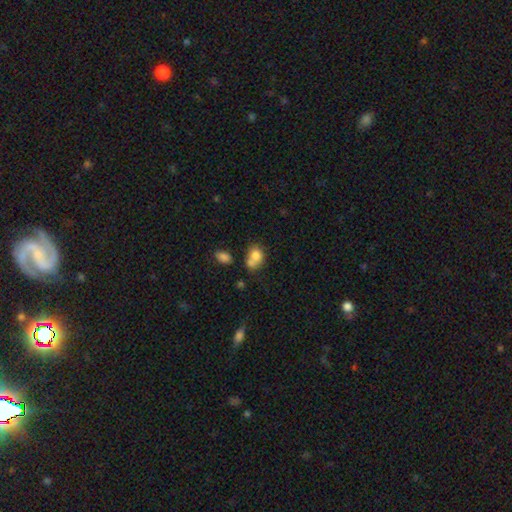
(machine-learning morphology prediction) Q: Smooth or featured?
A: smooth (76%); runner-up: featured or disk (14%)
Q: How rounded?
A: in between (54%); runner-up: round (45%)
Q: Merging?
A: merger (51%); runner-up: none (32%)